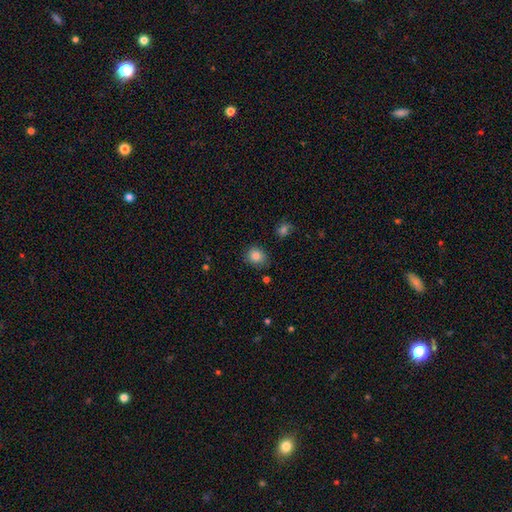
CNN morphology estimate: Q: Smooth or featured?
A: smooth (85%); runner-up: star or artifact (10%)
Q: How rounded?
A: round (75%); runner-up: in between (25%)
Q: Merging?
A: none (80%); runner-up: minor disturbance (15%)